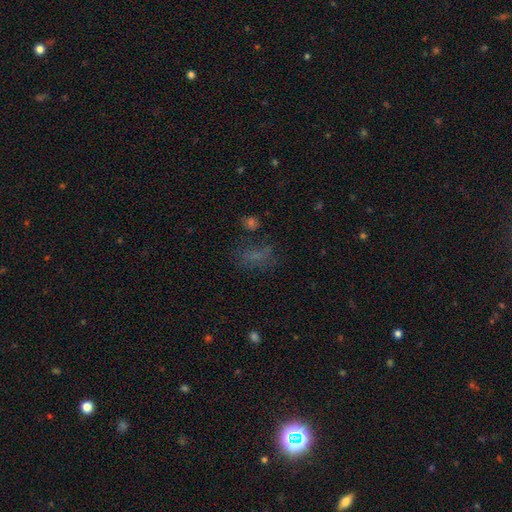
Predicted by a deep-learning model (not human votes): smooth-or-featured: smooth: 53% | star or artifact: 29% | featured or disk: 18%
  how-rounded: in between: 77% | round: 15% | cigar-shaped: 7%
  merging: none: 56% | minor disturbance: 20% | major disturbance: 19% | merger: 6%